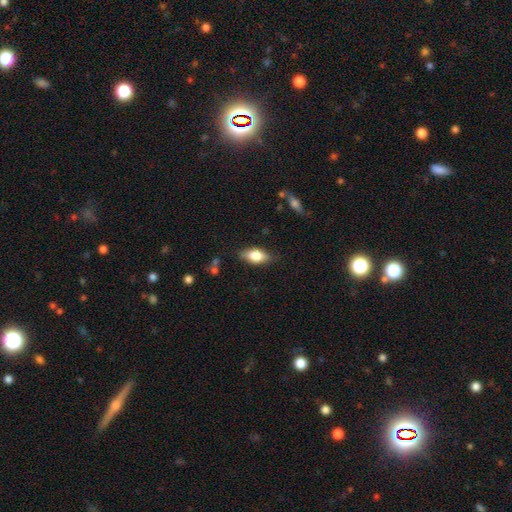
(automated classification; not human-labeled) Morphology: type=smooth (74%); roundness=in between (85%); merging=none (78%).